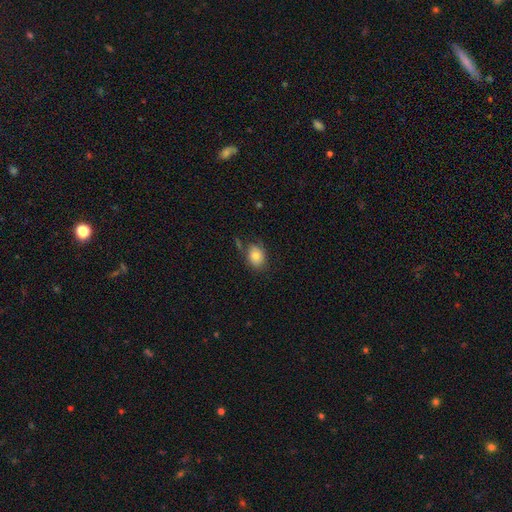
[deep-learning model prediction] The model was most divided on "how rounded": in between: 59%, round: 40%, cigar-shaped: 1%. More confident: smooth or featured — smooth (80%); merging — none (72%).